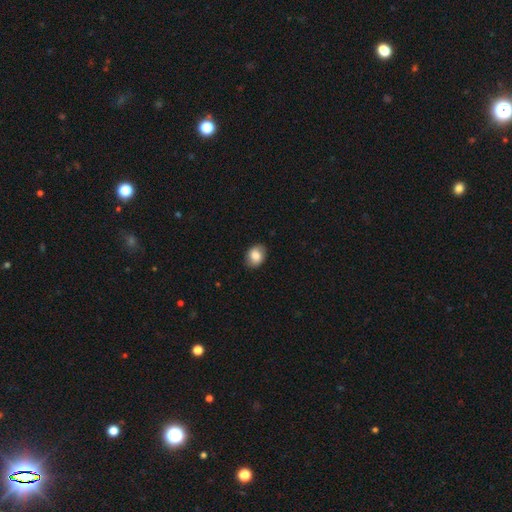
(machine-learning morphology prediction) type=smooth (81%); roundness=in between (61%); merging=none (86%).